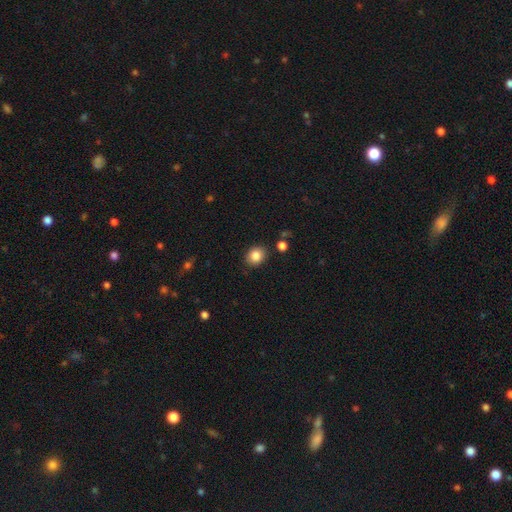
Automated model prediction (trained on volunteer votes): A smooth galaxy with no disk features (85%) that is round (60%). Merging: none (86%).